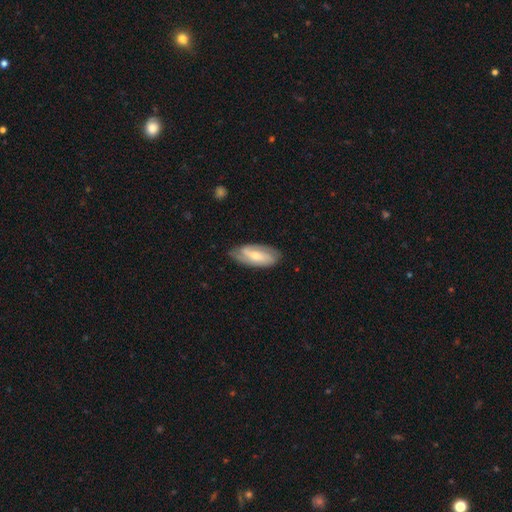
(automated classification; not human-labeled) smooth_or_featured: featured or disk (p=0.62) [alt: smooth p=0.33]
disk_edge_on: no (p=0.89) [alt: yes p=0.11]
bar: weak (p=0.36) [alt: no p=0.32]
has_spiral_arms: yes (p=0.83) [alt: no p=0.17]
bulge_size: small (p=0.55) [alt: moderate p=0.40]
merging: none (p=0.76) [alt: minor disturbance p=0.18]